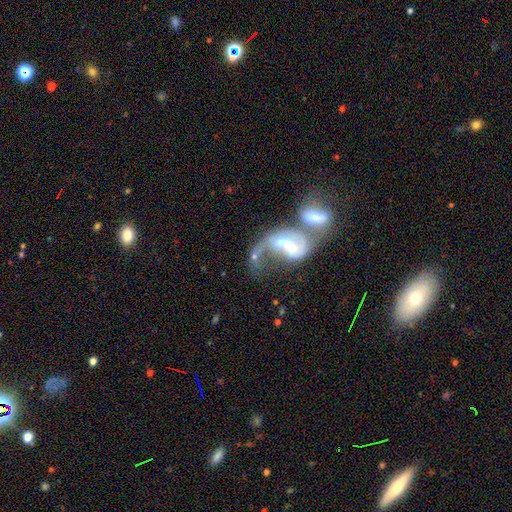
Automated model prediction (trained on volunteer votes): Smooth or featured? featured or disk (71%)
Edge-on disk? no (96%)
Bar? weak (42%)
Spiral arms? yes (79%)
Spiral winding? loose (66%)
Spiral arm count? 2 (54%)
Bulge size? moderate (43%)
Merging? merger (62%)